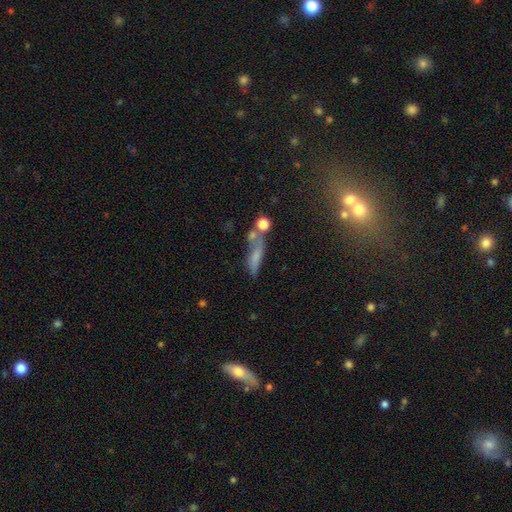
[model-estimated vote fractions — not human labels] Q: Smooth or featured?
A: smooth (57%); runner-up: featured or disk (28%)
Q: How rounded?
A: cigar-shaped (62%); runner-up: in between (30%)
Q: Merging?
A: none (47%); runner-up: merger (22%)